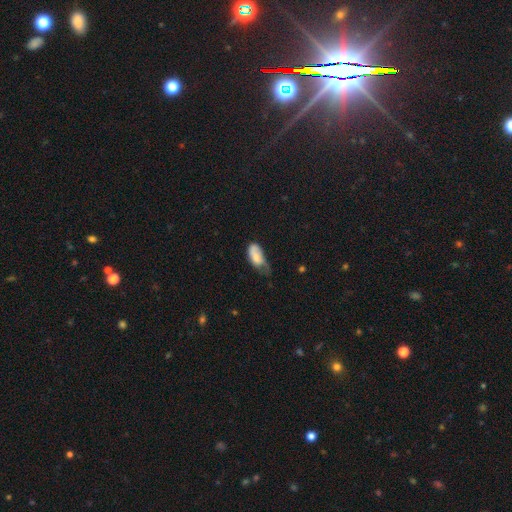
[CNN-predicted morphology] Q: Smooth or featured?
A: smooth (73%); runner-up: featured or disk (20%)
Q: How rounded?
A: in between (90%); runner-up: cigar-shaped (6%)
Q: Merging?
A: minor disturbance (41%); runner-up: major disturbance (32%)